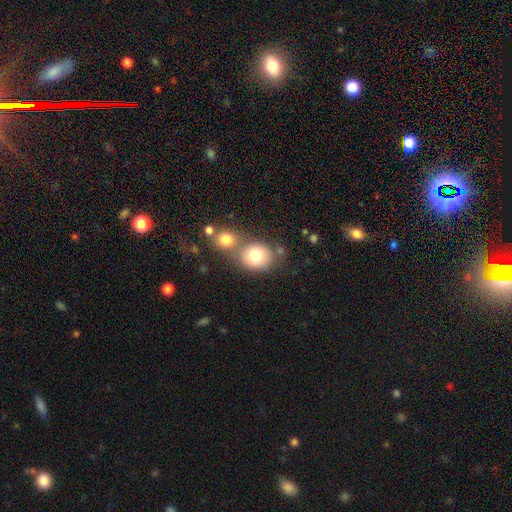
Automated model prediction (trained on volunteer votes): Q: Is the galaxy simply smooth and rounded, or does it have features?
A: smooth — 77%.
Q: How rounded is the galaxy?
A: round — 64%.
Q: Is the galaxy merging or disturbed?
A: merger — 42%.